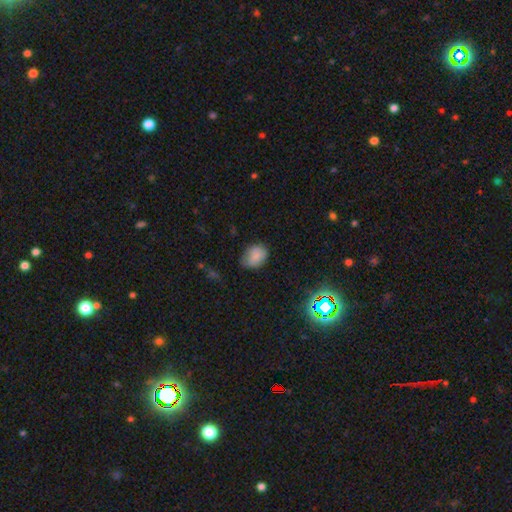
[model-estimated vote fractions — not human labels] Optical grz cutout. It shows a smooth galaxy with no disk features (82%) that is in between round and cigar-shaped (70%). Merging: none (67%).